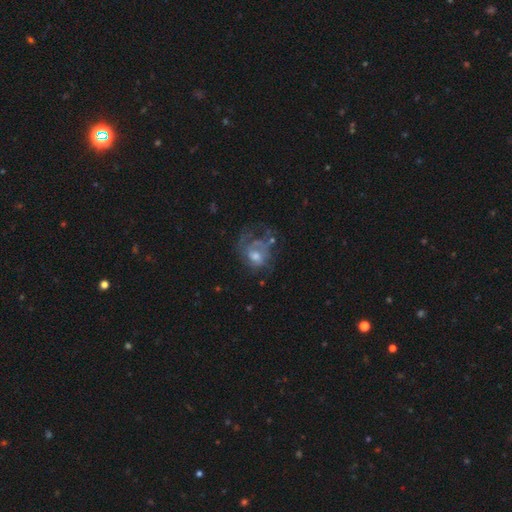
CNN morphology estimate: Q: Smooth or featured?
A: featured or disk (63%); runner-up: smooth (25%)
Q: Edge-on disk?
A: no (97%); runner-up: yes (3%)
Q: Bar?
A: no (73%); runner-up: weak (23%)
Q: Spiral arms?
A: yes (56%); runner-up: no (44%)
Q: Bulge size?
A: moderate (58%); runner-up: small (25%)
Q: Merging?
A: major disturbance (39%); runner-up: none (36%)